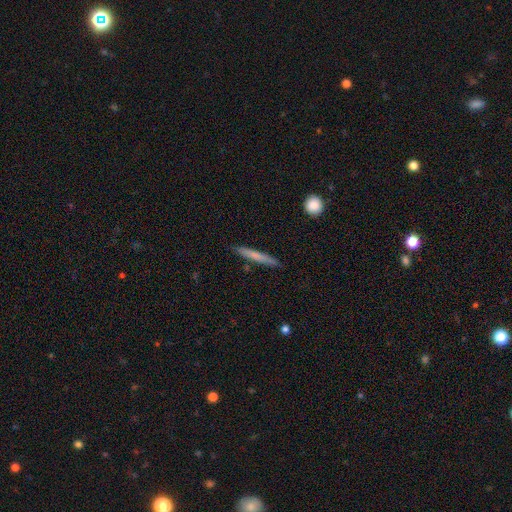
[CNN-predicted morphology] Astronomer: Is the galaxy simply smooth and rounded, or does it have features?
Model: smooth — 64%.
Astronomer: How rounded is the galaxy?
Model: cigar-shaped — 95%.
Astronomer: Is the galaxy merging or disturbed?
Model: none — 88%.